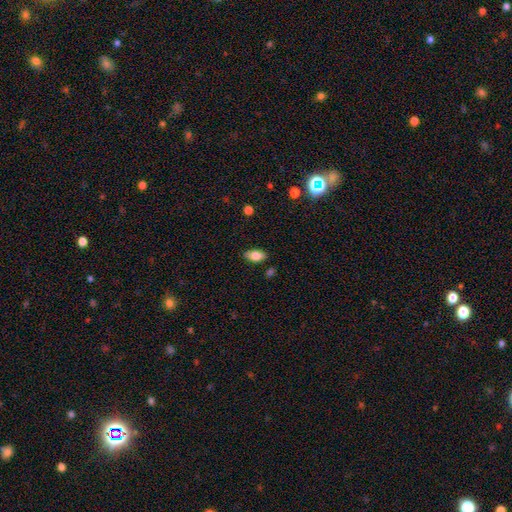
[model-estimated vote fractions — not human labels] Overall: smooth (78%). How rounded: in between (90%). Merging: none (85%).